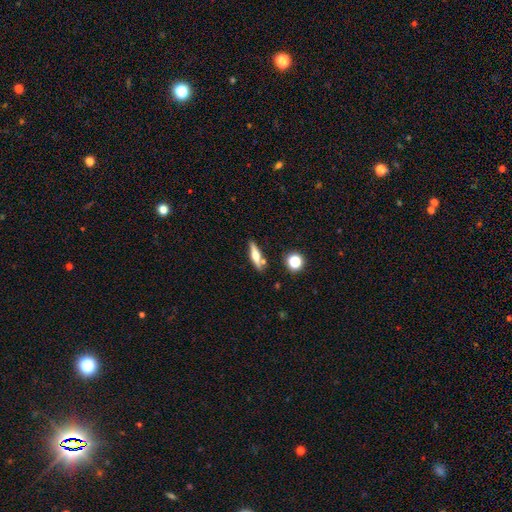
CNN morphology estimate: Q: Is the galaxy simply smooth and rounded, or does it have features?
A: featured or disk — 47%.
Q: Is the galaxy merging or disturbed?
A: none — 78%.